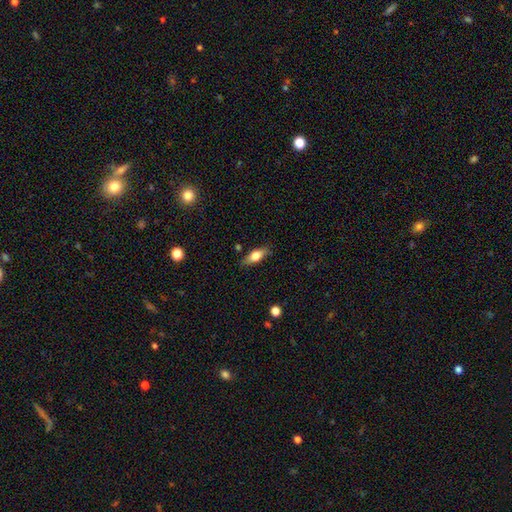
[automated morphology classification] Overall: smooth (57%; featured or disk 36%). How rounded: in between (65%; cigar-shaped 31%). Merging: none (83%).